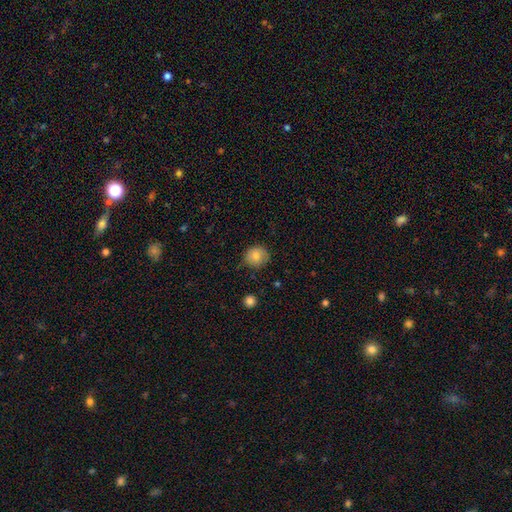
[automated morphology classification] Smooth or featured?
  - smooth: 81% *
  - featured or disk: 10%
  - star or artifact: 9%
How rounded?
  - round: 82% *
  - in between: 17%
  - cigar-shaped: 1%
Merging?
  - none: 76% *
  - minor disturbance: 19%
  - major disturbance: 3%
  - merger: 1%